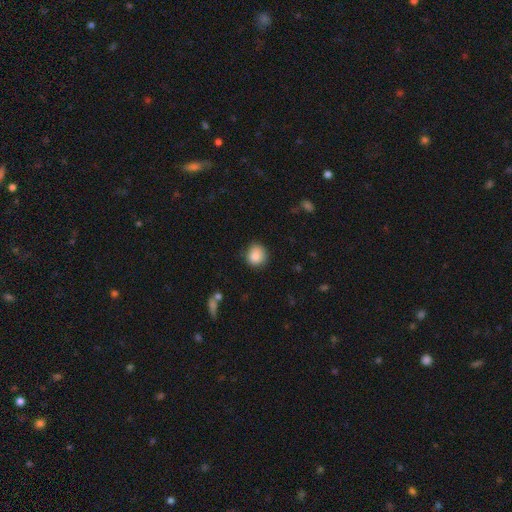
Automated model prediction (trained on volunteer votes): The model was most divided on "merging": none: 79%, minor disturbance: 16%, major disturbance: 3%, merger: 2%. More confident: smooth or featured — smooth (87%); how rounded — round (81%).